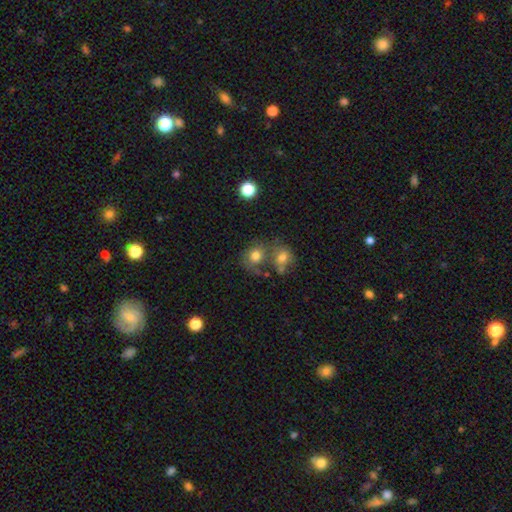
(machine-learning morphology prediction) Smooth or featured? Predicted: smooth (p=0.75). How rounded? Predicted: round (p=0.70). Merging? Predicted: merger (p=0.41, tied with none).